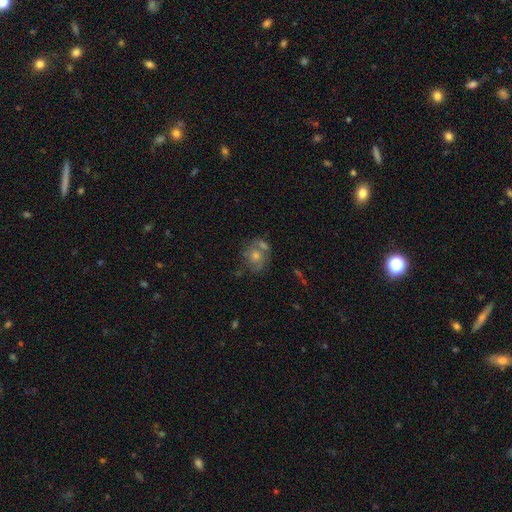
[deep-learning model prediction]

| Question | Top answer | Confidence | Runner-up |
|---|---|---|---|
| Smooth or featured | featured or disk | 52% | smooth (31%) |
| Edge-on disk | no | 97% | yes (3%) |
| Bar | no | 80% | weak (17%) |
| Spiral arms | yes | 66% | no (34%) |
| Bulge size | moderate | 60% | small (28%) |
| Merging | none | 54% | merger (21%) |